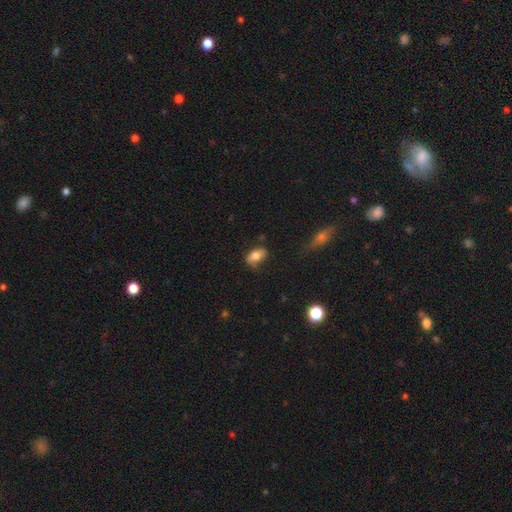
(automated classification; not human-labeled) A smooth galaxy with no disk features (70%) that is in between round and cigar-shaped (87%). Merging: none (60%).